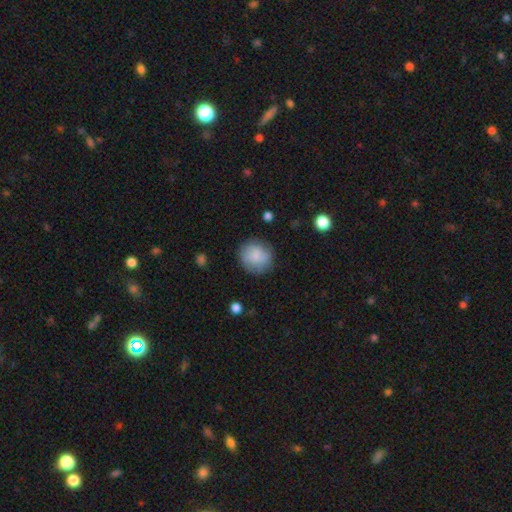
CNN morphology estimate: smooth 81%, featured or disk 11%, star or artifact 8%. Down the decision tree: how rounded — round (85%); merging — none (77%).